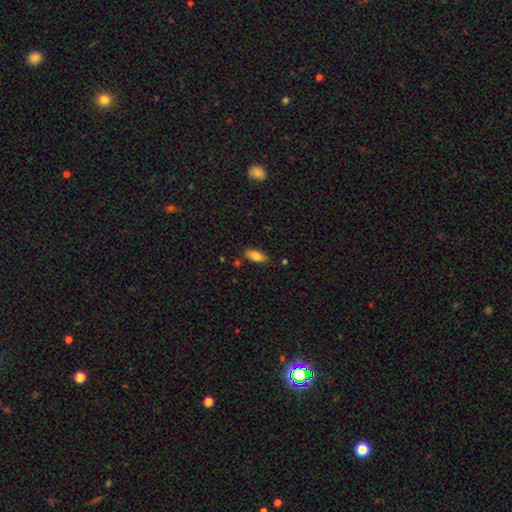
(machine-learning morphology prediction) This appears to be a smooth galaxy with no disk features (85%) that is in between round and cigar-shaped (84%). Merging: none (79%).